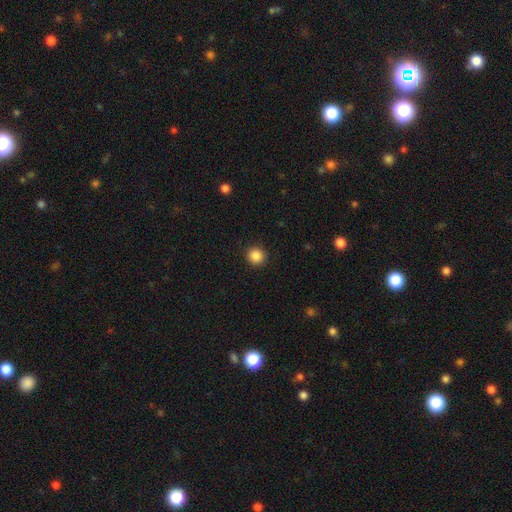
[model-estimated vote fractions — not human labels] This appears to be a smooth galaxy with no disk features (87%) that is round (92%). Merging: none (92%).